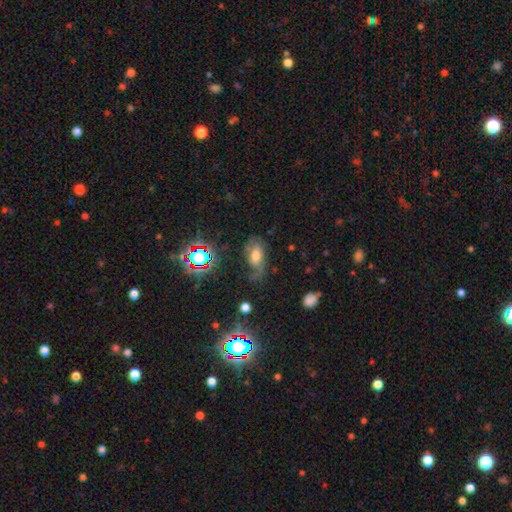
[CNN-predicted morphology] featured or disk 51%, smooth 35%, star or artifact 14%. Down the decision tree: edge-on disk — no (91%); merging — none (47%).